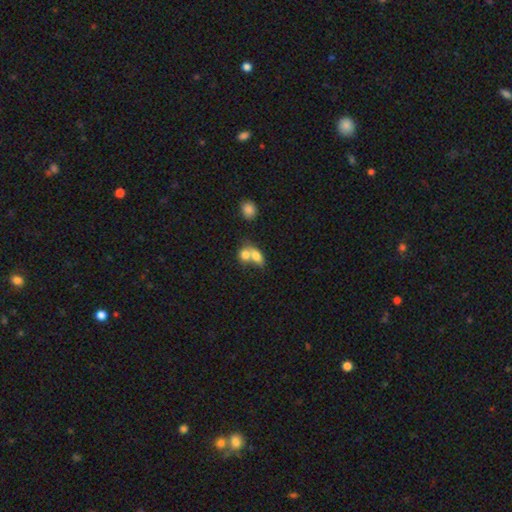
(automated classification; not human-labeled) Q: Smooth or featured?
A: smooth (75%); runner-up: featured or disk (16%)
Q: How rounded?
A: in between (71%); runner-up: round (26%)
Q: Merging?
A: merger (70%); runner-up: none (20%)